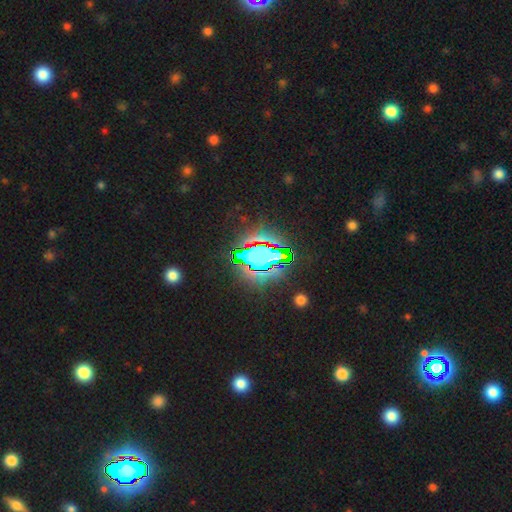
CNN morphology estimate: Smooth or featured? star or artifact (70%)